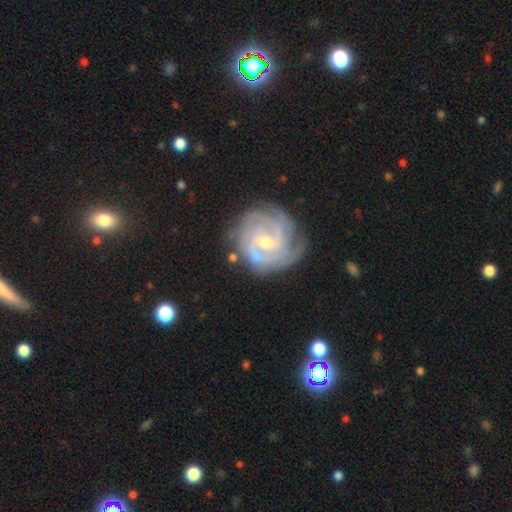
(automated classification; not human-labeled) This appears to be a featured or disk galaxy (86%) with a weak bar (47%), 2 (33%) tight (59%) spiral arms (96%) and a moderate central bulge (54%). Merging: none (71%).